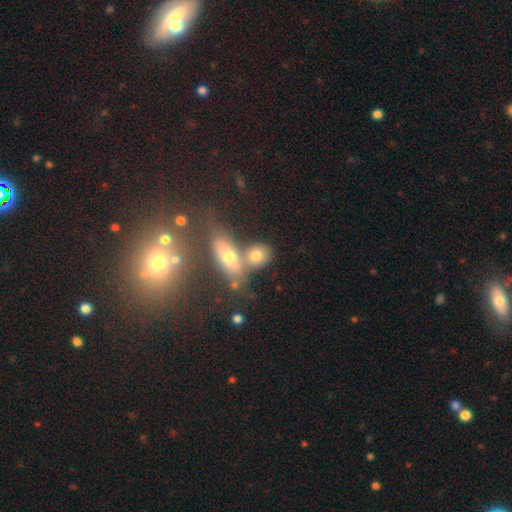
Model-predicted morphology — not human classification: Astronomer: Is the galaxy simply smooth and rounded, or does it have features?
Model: smooth — 72%.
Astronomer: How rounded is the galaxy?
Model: in between — 48% (runner-up: round, 46%).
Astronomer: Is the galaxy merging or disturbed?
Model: none — 46% (runner-up: merger, 38%).